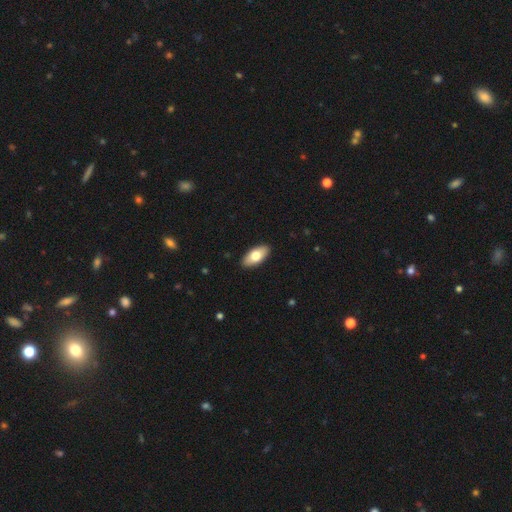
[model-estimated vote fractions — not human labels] This appears to be a smooth galaxy with no disk features (74%) that is in between round and cigar-shaped (90%). Merging: none (91%).